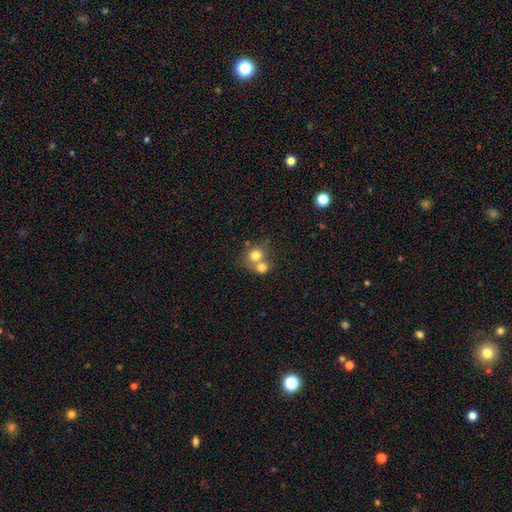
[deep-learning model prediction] Q: Smooth or featured?
A: smooth (76%); runner-up: featured or disk (14%)
Q: How rounded?
A: round (79%); runner-up: in between (20%)
Q: Merging?
A: merger (58%); runner-up: none (34%)